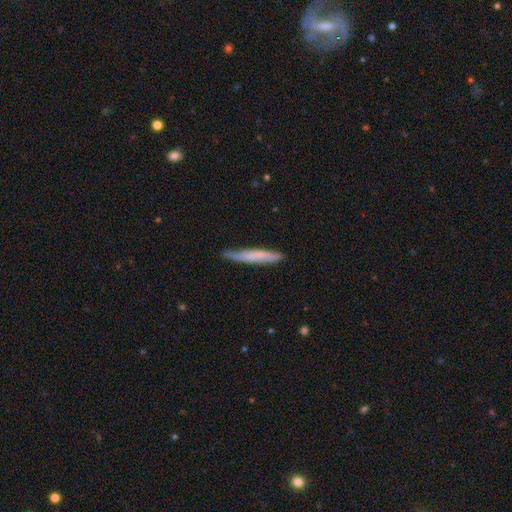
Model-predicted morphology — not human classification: The model was most divided on "smooth or featured": smooth: 59%, featured or disk: 35%, star or artifact: 6%. More confident: how rounded — cigar-shaped (95%); merging — none (74%).